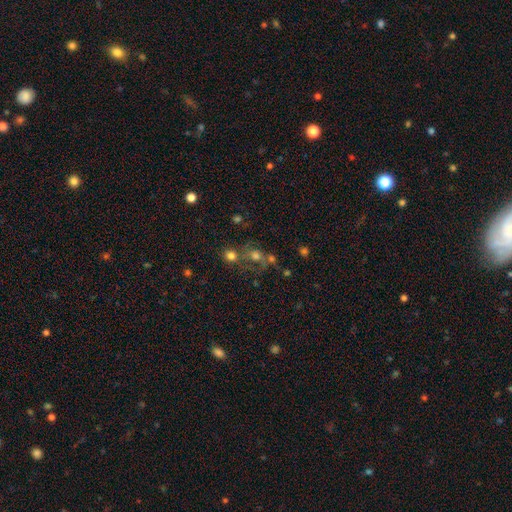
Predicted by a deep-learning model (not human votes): Smooth or featured: smooth — 55% (star or artifact — 23%)
How rounded: round — 71% (in between — 27%)
Merging: none — 42% (merger — 33%)